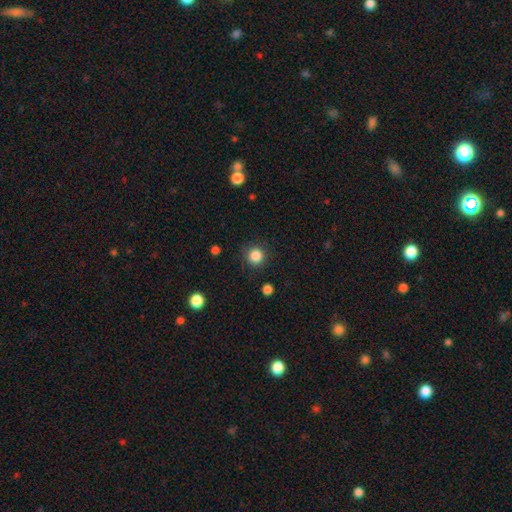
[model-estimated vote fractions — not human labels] Q: Smooth or featured?
A: smooth (85%); runner-up: star or artifact (11%)
Q: How rounded?
A: round (94%); runner-up: in between (5%)
Q: Merging?
A: none (87%); runner-up: minor disturbance (8%)